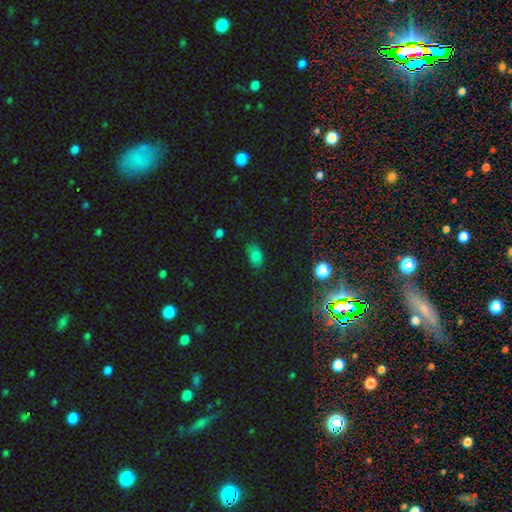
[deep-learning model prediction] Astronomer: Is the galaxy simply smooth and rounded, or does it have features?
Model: smooth — 78%.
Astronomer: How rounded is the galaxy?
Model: in between — 87%.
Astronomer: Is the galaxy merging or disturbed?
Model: none — 74%.